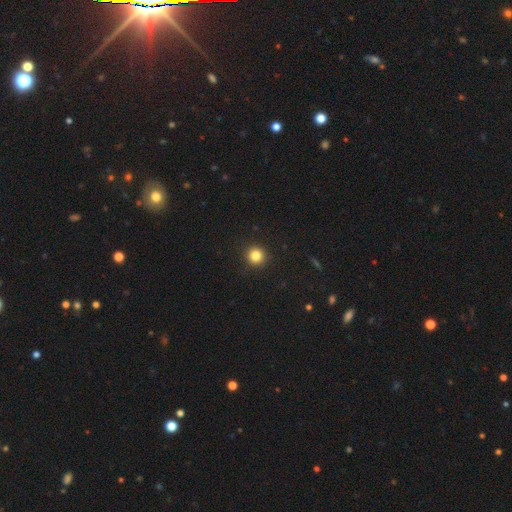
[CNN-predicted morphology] smooth 84%, star or artifact 12%, featured or disk 4%. Down the decision tree: how rounded — round (94%); merging — none (92%).